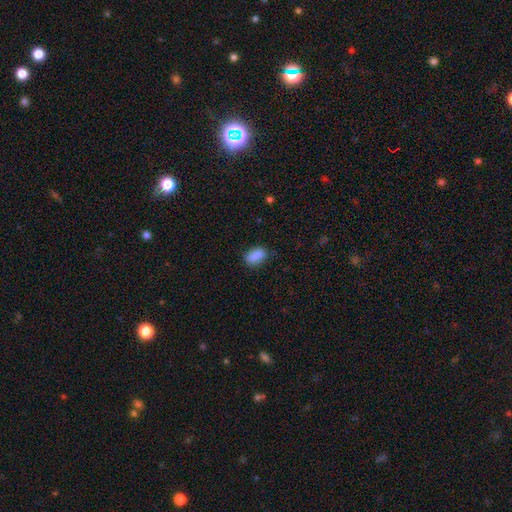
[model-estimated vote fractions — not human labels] smooth 87%, star or artifact 8%, featured or disk 4%. Down the decision tree: how rounded — in between (87%); merging — none (78%).